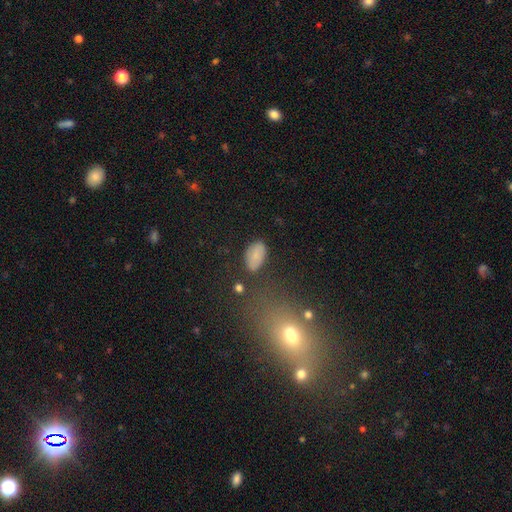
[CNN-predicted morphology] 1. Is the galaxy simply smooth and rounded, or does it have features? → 79% smooth, 11% featured or disk, 10% star or artifact.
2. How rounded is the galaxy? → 93% in between, 6% round, 1% cigar-shaped.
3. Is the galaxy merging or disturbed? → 79% none, 15% minor disturbance, 4% major disturbance, 2% merger.